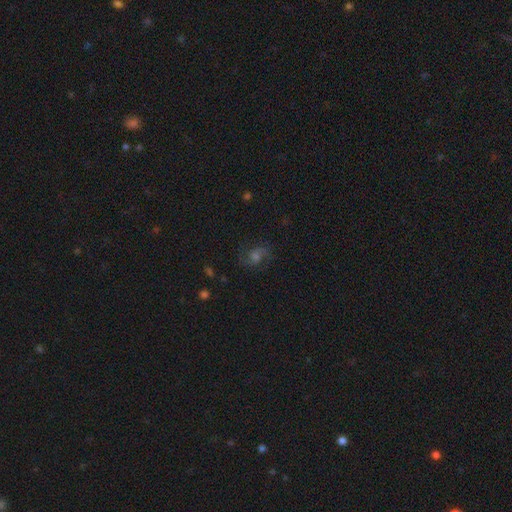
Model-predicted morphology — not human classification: Smooth or featured?
  - featured or disk: 64% *
  - star or artifact: 20%
  - smooth: 16%
Edge-on disk?
  - no: 97% *
  - yes: 3%
Bar?
  - no: 55% *
  - weak: 38%
  - strong: 7%
Spiral arms?
  - yes: 94% *
  - no: 6%
Spiral winding?
  - medium: 54% *
  - loose: 29%
  - tight: 18%
Spiral arm count?
  - 2: 88% *
  - can't tell: 5%
  - 1: 2%
  - 3: 2%
  - 4: 1%
  - more than 4: 1%
Bulge size?
  - moderate: 45% *
  - small: 28%
  - large: 15%
  - none: 9%
  - dominant: 3%
Merging?
  - none: 78% *
  - minor disturbance: 13%
  - major disturbance: 7%
  - merger: 1%